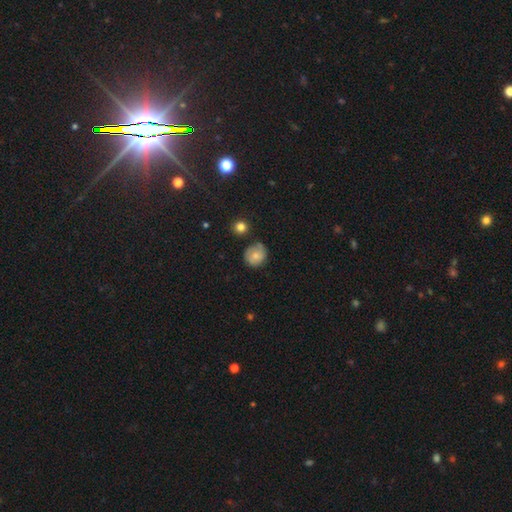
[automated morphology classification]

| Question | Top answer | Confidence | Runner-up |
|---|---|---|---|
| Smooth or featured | smooth | 70% | featured or disk (20%) |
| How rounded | round | 78% | in between (21%) |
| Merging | none | 66% | minor disturbance (24%) |